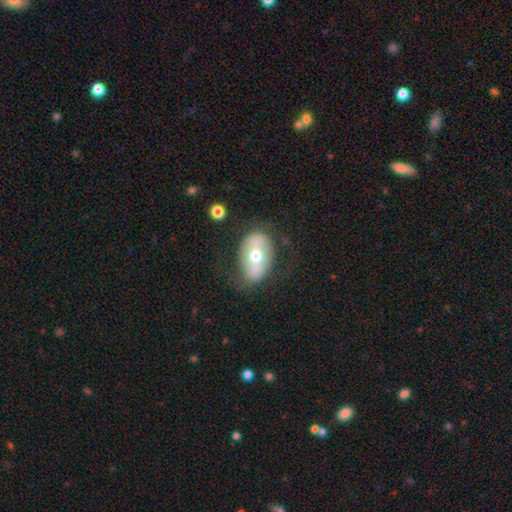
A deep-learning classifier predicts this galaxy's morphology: type=featured or disk (55%); edge-on=no (88%); merging=none (70%).